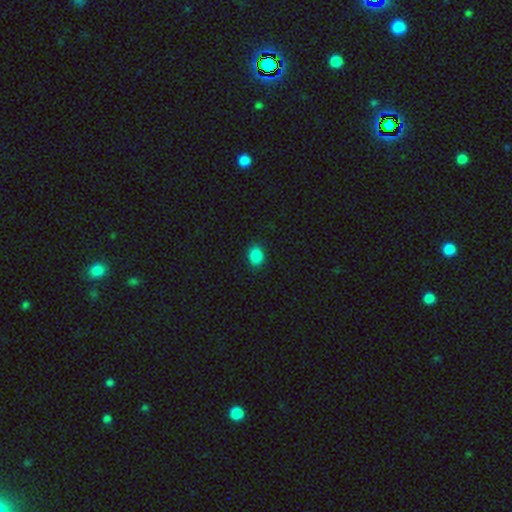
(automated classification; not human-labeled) Smooth or featured?
  - smooth: 87% *
  - star or artifact: 10%
  - featured or disk: 3%
How rounded?
  - in between: 60% *
  - round: 39%
  - cigar-shaped: 1%
Merging?
  - none: 88% *
  - minor disturbance: 8%
  - major disturbance: 2%
  - merger: 1%